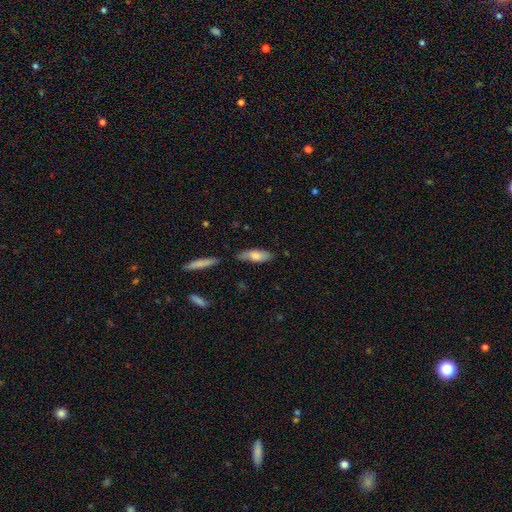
Volunteers were most divided on "smooth or featured": smooth: 64%, featured or disk: 31%, star or artifact: 6%. More confident: how rounded — in between (74%); merging — none (62%).